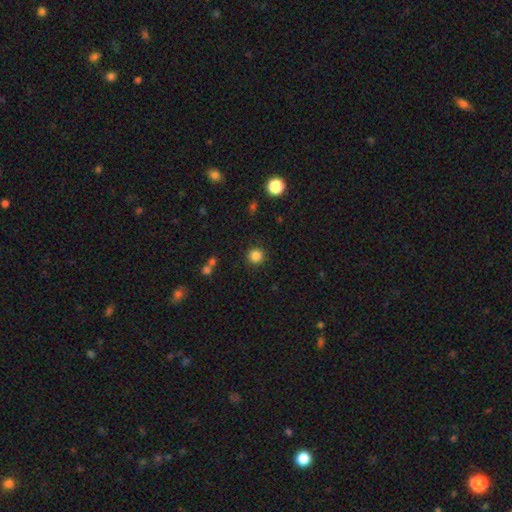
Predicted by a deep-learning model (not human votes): Smooth or featured? smooth (84%)
How rounded? round (94%)
Merging? none (90%)